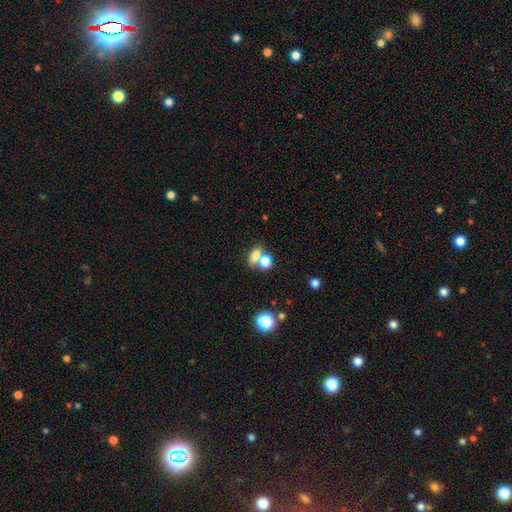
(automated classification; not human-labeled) A smooth galaxy with no disk features (74%) that is in between round and cigar-shaped (60%). Merging: merger (44%).